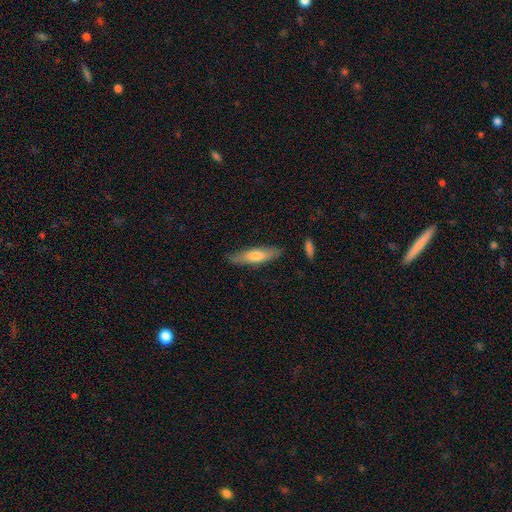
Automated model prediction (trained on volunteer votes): Overall: smooth (64%; featured or disk 31%). How rounded: cigar-shaped (75%). Merging: none (80%).